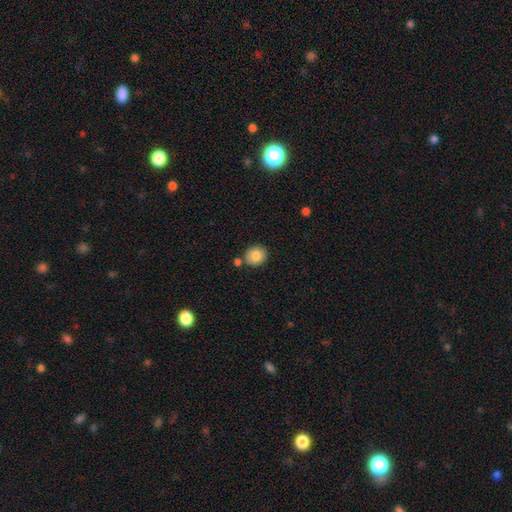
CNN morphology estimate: Q: Smooth or featured?
A: smooth (83%); runner-up: featured or disk (9%)
Q: How rounded?
A: round (77%); runner-up: in between (22%)
Q: Merging?
A: none (76%); runner-up: merger (11%)